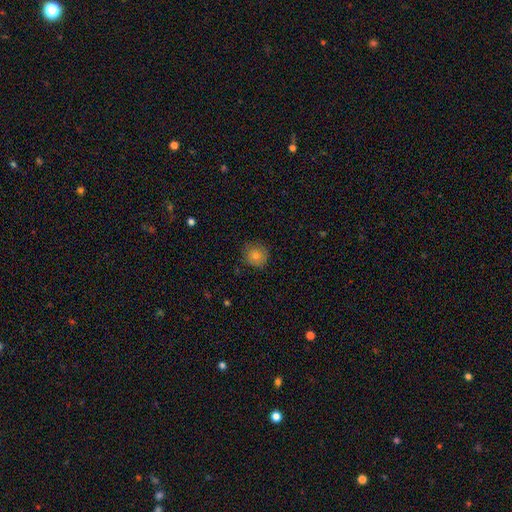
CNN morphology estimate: smooth_or_featured: smooth (p=0.75) [alt: star or artifact p=0.12]
how_rounded: round (p=0.92) [alt: in between p=0.07]
merging: none (p=0.84) [alt: minor disturbance p=0.13]